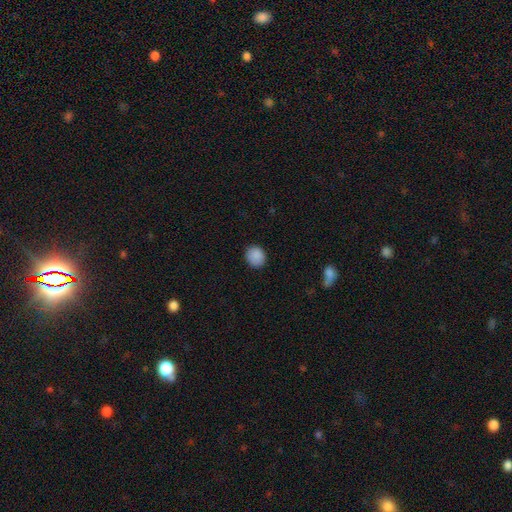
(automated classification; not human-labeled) Smooth or featured? Predicted: smooth (p=0.88). How rounded? Predicted: round (p=0.72). Merging? Predicted: none (p=0.88).